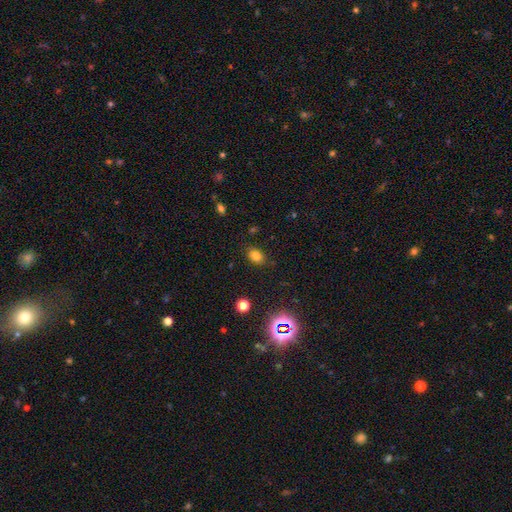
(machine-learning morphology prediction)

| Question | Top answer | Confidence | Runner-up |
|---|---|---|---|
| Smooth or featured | smooth | 77% | star or artifact (16%) |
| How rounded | in between | 65% | round (34%) |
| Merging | none | 85% | minor disturbance (10%) |